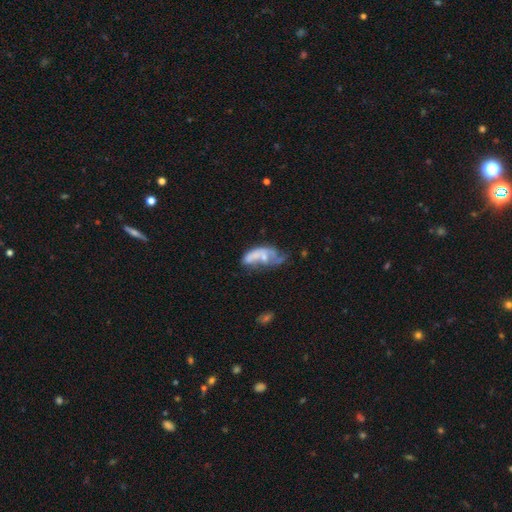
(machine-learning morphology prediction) type=featured or disk (51%); edge-on=no (93%); merging=major disturbance (32%).